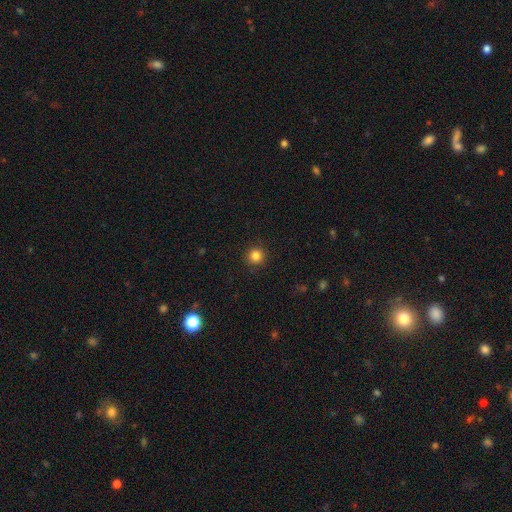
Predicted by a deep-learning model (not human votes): This is clearly a smooth galaxy (83%). How rounded: clearly round (95%). Merging: clearly none (92%).